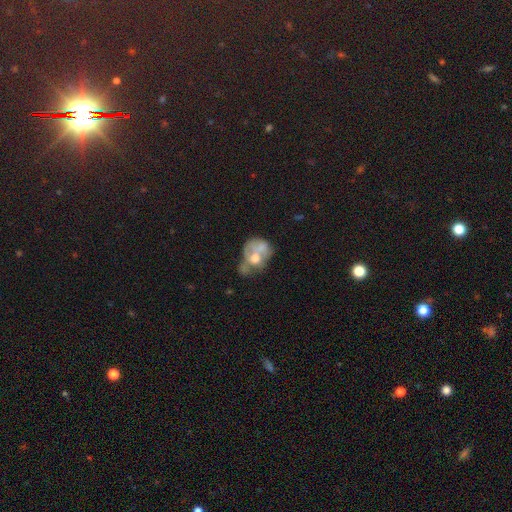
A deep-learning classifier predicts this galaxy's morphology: smooth-or-featured: featured or disk: 45% | smooth: 44% | star or artifact: 11%
  merging: merger: 33% | major disturbance: 26% | none: 24% | minor disturbance: 17%